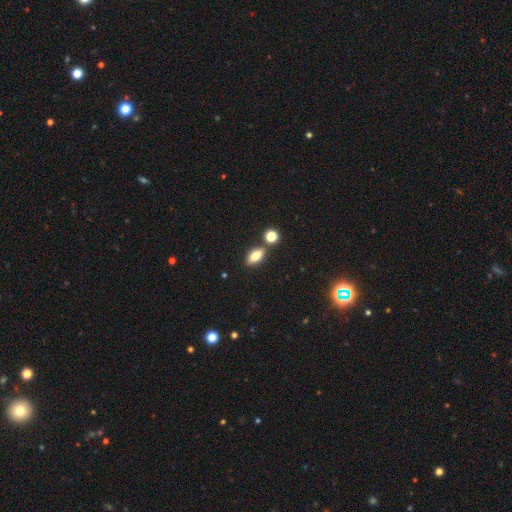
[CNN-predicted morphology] Smooth or featured? smooth (73%)
How rounded? in between (81%)
Merging? none (77%)